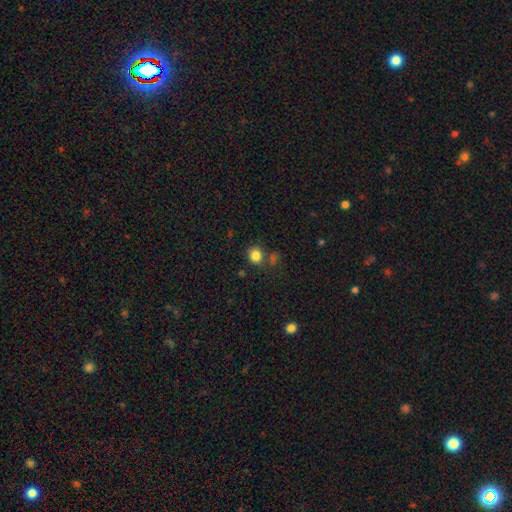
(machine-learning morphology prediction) Overall: smooth (83%). How rounded: round (82%). Merging: none (73%).